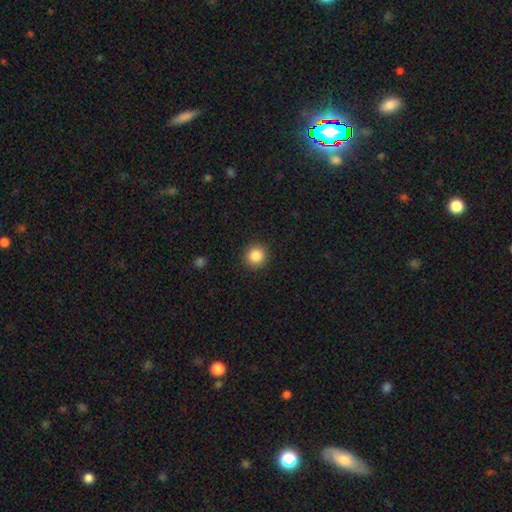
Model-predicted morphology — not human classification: smooth 85%, star or artifact 11%, featured or disk 5%. Down the decision tree: how rounded — round (94%); merging — none (92%).